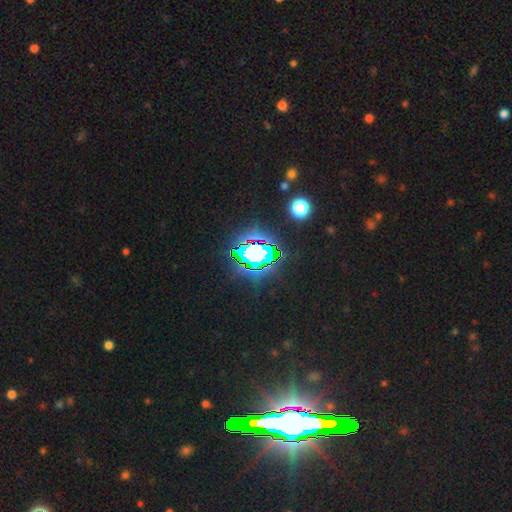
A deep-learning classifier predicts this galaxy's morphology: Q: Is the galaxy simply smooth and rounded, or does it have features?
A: star or artifact — 71%.